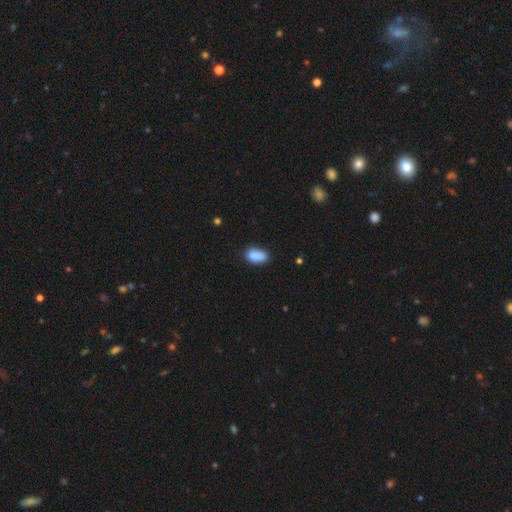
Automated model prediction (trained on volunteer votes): smooth 87%, star or artifact 8%, featured or disk 4%. Down the decision tree: how rounded — in between (91%); merging — none (71%).